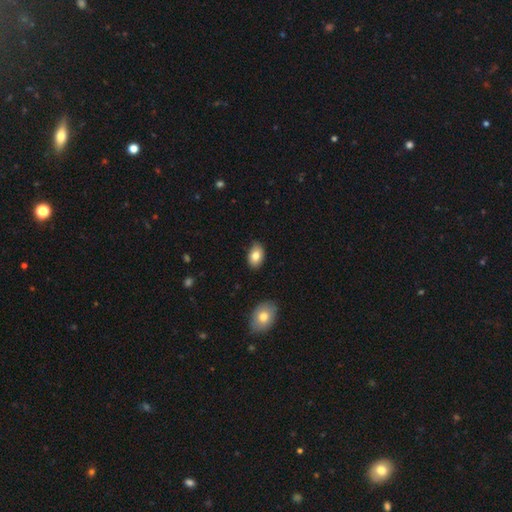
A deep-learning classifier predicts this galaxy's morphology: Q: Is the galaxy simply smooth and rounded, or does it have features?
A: smooth — 81%.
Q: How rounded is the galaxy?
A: in between — 88%.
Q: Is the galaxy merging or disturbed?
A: none — 84%.